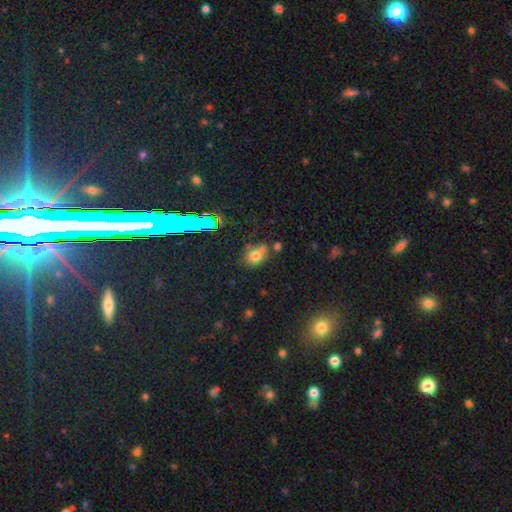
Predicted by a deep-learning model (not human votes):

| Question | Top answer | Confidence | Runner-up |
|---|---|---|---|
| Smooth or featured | smooth | 70% | star or artifact (19%) |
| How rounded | round | 56% | in between (43%) |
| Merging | none | 56% | merger (19%) |